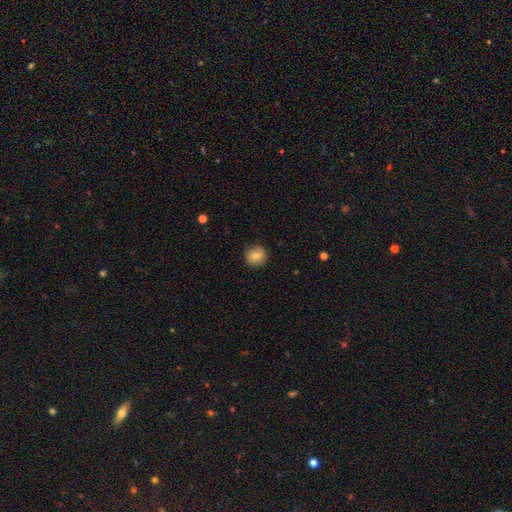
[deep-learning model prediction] The model was most divided on "smooth or featured": smooth: 75%, featured or disk: 16%, star or artifact: 9%. More confident: how rounded — round (92%); merging — none (88%).